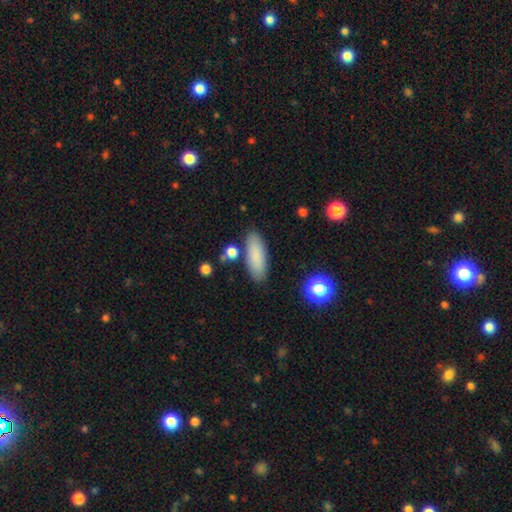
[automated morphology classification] The model was most divided on "how rounded": in between: 65%, cigar-shaped: 33%, round: 2%. More confident: smooth or featured — smooth (85%); merging — none (84%).